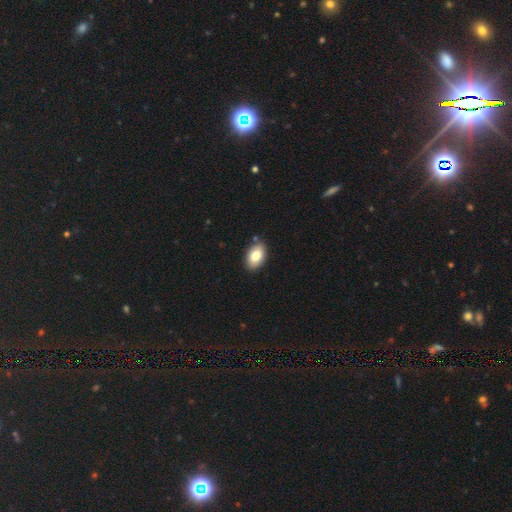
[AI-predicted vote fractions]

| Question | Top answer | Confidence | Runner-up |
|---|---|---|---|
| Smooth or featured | smooth | 80% | featured or disk (12%) |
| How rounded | in between | 90% | round (9%) |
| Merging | none | 86% | minor disturbance (10%) |